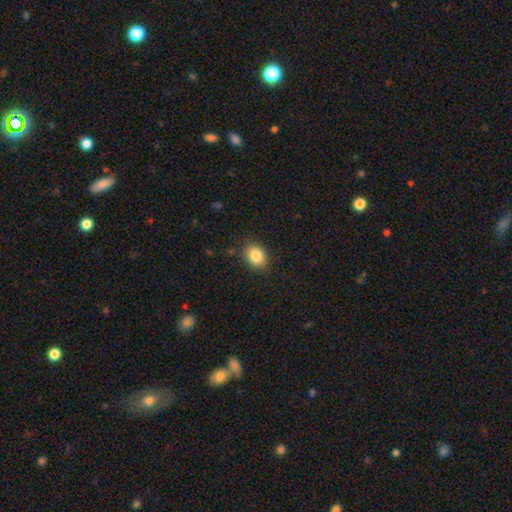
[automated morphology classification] This is clearly a smooth galaxy (85%). How rounded: likely in between (69%). Merging: clearly none (86%).